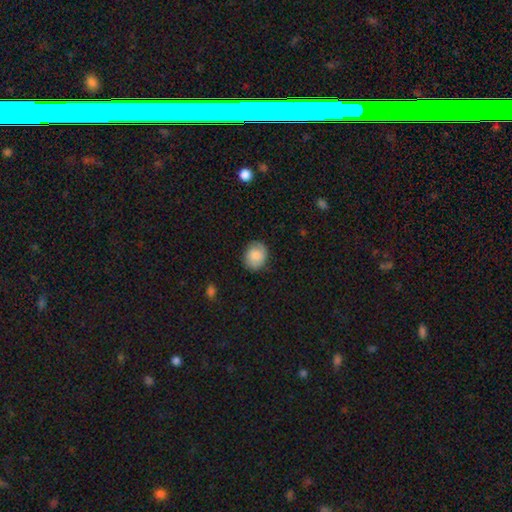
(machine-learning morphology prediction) smooth_or_featured: smooth (p=0.83) [alt: featured or disk p=0.10]
how_rounded: round (p=0.62) [alt: in between p=0.37]
merging: none (p=0.82) [alt: minor disturbance p=0.14]